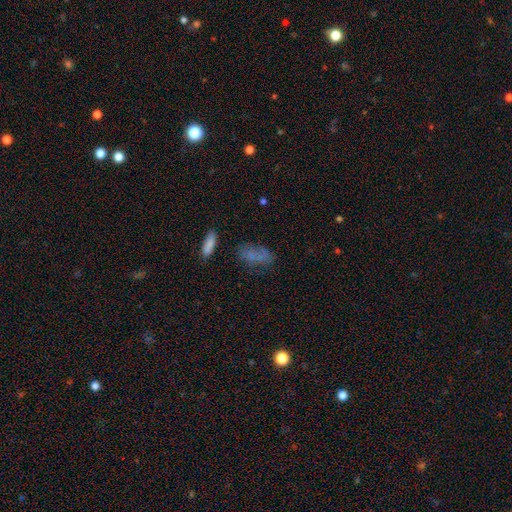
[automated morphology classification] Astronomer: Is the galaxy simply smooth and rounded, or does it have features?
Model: smooth — 60%.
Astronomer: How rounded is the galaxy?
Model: in between — 81%.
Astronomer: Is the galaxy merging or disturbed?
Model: none — 59%.